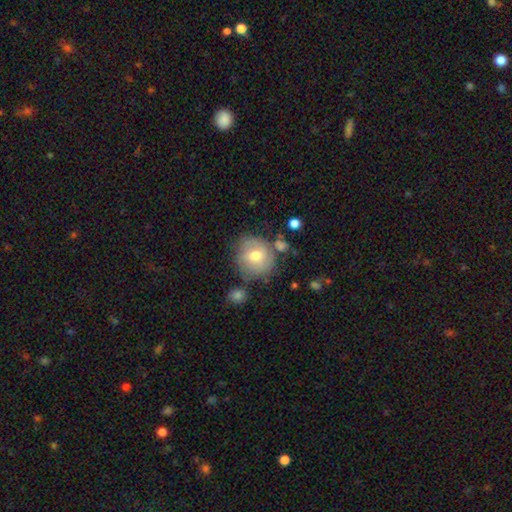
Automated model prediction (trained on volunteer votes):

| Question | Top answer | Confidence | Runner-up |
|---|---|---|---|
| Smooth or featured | smooth | 65% | featured or disk (27%) |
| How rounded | round | 82% | in between (17%) |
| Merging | none | 63% | minor disturbance (20%) |